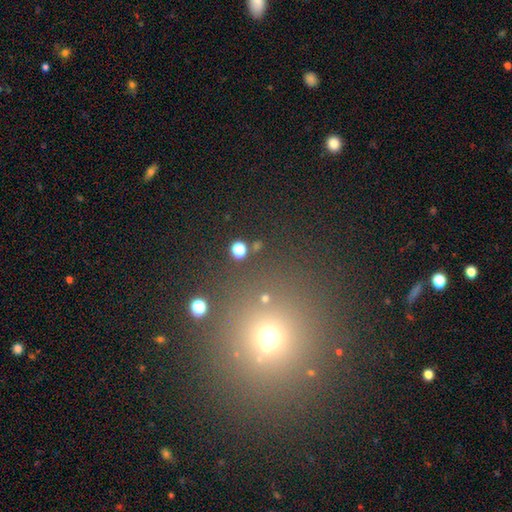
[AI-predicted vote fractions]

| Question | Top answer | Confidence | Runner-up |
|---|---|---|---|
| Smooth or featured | smooth | 49% | star or artifact (41%) |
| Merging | none | 87% | minor disturbance (7%) |